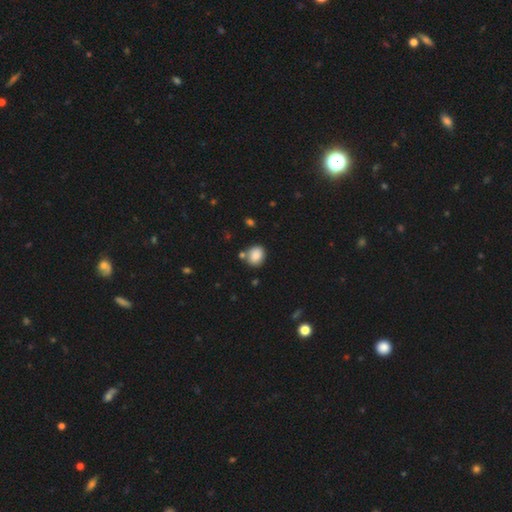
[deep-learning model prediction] smooth-or-featured: smooth: 85% | star or artifact: 9% | featured or disk: 6%
  how-rounded: round: 61% | in between: 38% | cigar-shaped: 1%
  merging: none: 72% | minor disturbance: 13% | merger: 12% | major disturbance: 3%